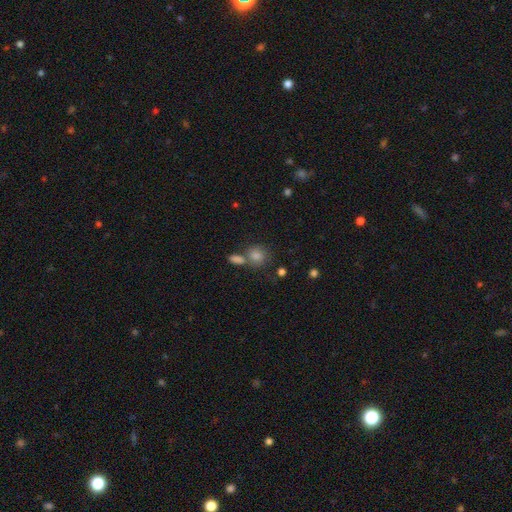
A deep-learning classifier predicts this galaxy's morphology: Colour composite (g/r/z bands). It shows a smooth galaxy with no disk features (75%) that is round (77%). Merging: none (57%).